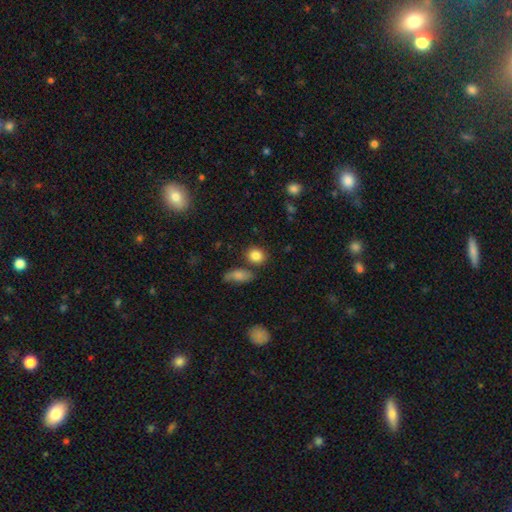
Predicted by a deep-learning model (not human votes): This is clearly a smooth galaxy (85%). How rounded: likely round (67%). Merging: likely none (77%).